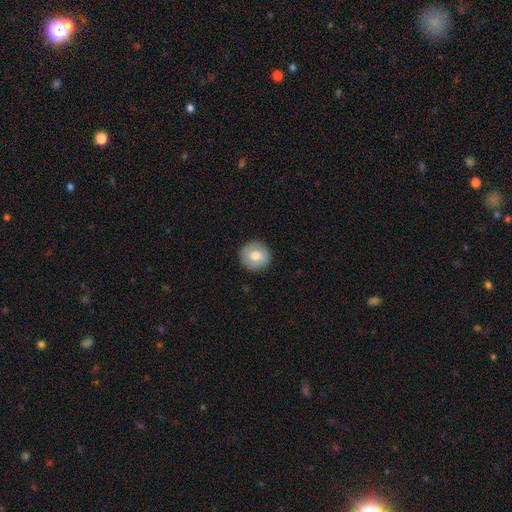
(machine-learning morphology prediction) type=smooth (75%); roundness=round (94%); merging=none (90%).